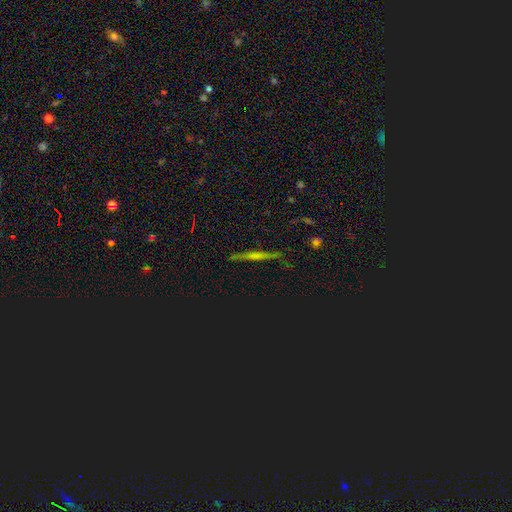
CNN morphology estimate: This appears to be a star or artifact, not a galaxy (49%).